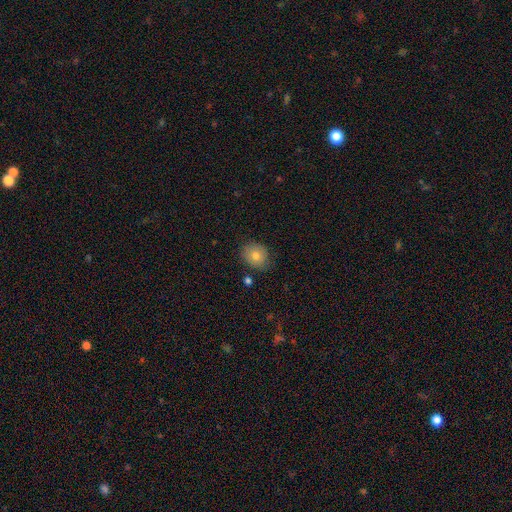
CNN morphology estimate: A smooth galaxy with no disk features (78%) that is round (62%). Merging: none (82%).